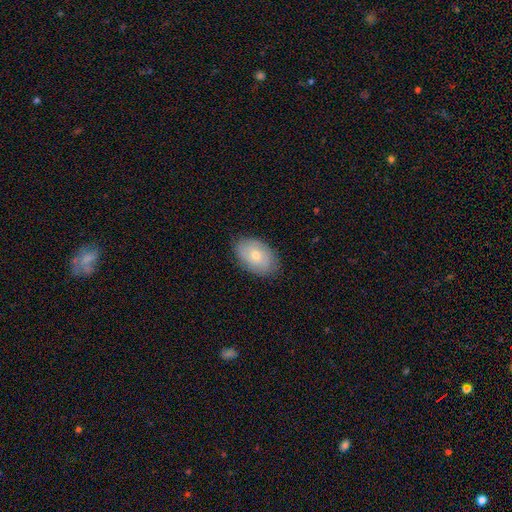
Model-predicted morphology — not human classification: This is likely a smooth galaxy (61%). How rounded: clearly in between (89%). Merging: clearly none (83%).